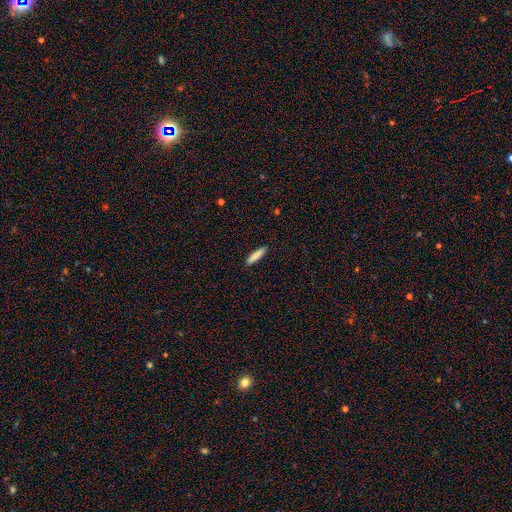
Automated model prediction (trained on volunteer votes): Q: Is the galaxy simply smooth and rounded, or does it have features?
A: smooth — 85%.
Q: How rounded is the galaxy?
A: cigar-shaped — 84%.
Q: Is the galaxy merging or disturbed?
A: none — 90%.